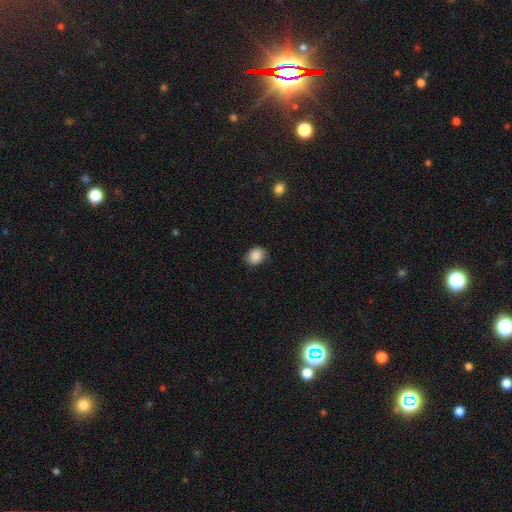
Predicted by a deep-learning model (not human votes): Overall: smooth (88%). How rounded: in between (55%; round 45%). Merging: none (81%).